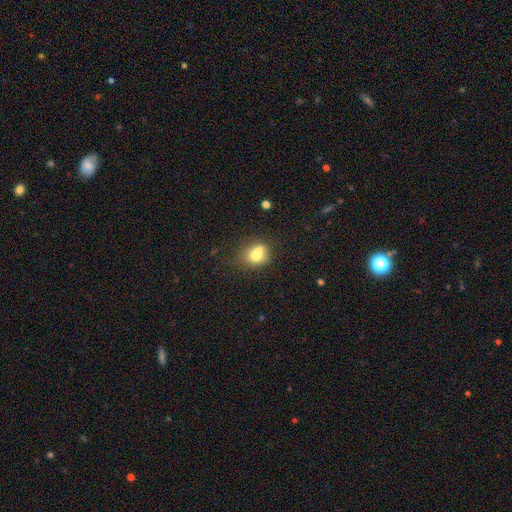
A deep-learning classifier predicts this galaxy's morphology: smooth-or-featured: smooth: 69% | featured or disk: 20% | star or artifact: 11%
  how-rounded: round: 59% | in between: 39% | cigar-shaped: 2%
  merging: merger: 42% | none: 36% | minor disturbance: 15% | major disturbance: 7%